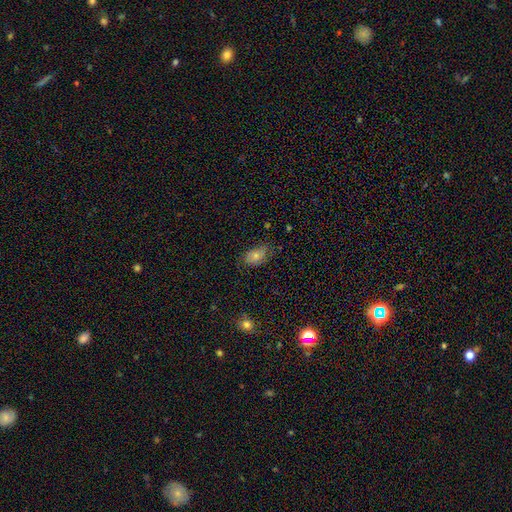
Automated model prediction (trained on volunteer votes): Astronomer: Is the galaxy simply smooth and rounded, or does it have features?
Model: smooth — 74%.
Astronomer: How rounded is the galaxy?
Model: in between — 89%.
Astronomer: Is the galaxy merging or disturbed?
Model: none — 59%.